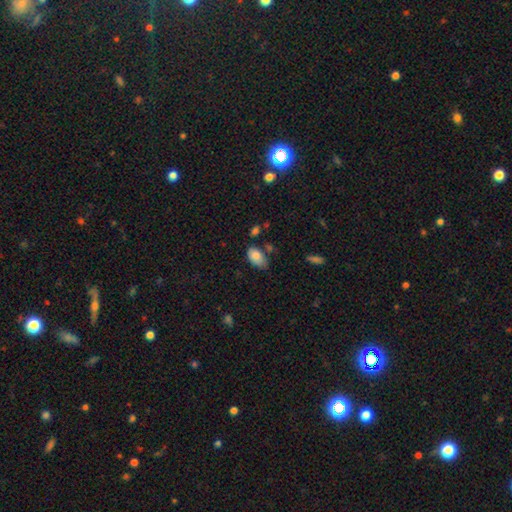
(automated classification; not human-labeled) A smooth galaxy with no disk features (80%) that is in between round and cigar-shaped (92%). Merging: none (49%).